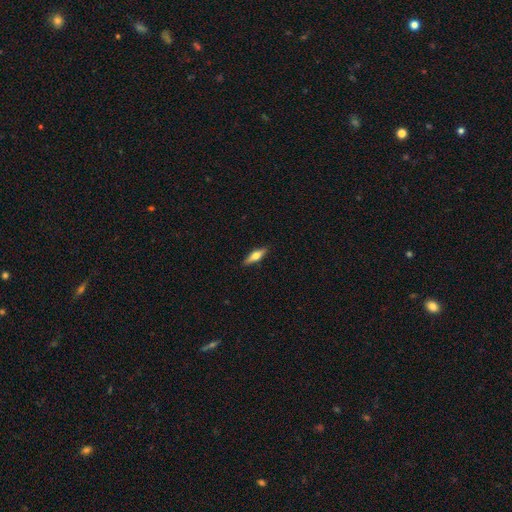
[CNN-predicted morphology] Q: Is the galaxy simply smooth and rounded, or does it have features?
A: featured or disk — 48%.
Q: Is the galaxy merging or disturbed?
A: none — 89%.